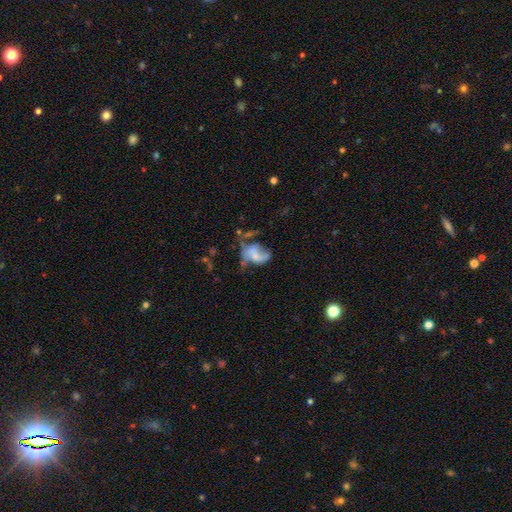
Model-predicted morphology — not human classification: Smooth or featured? featured or disk (46%)
Merging? major disturbance (42%)